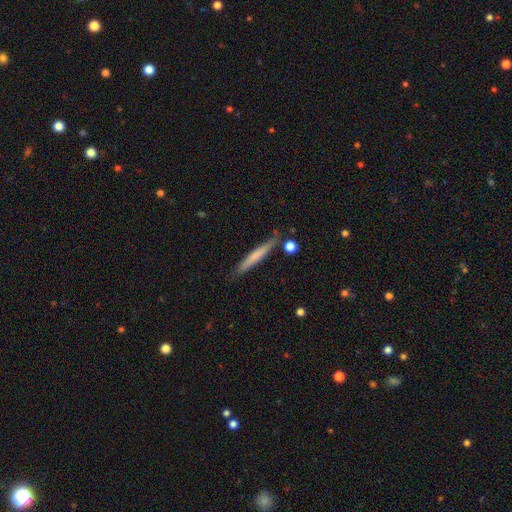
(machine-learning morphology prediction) This appears to be a smooth galaxy with no disk features (62%) that is cigar-shaped (95%). Merging: none (82%).